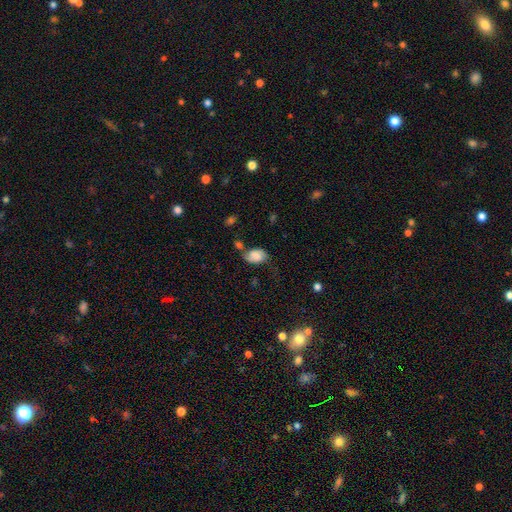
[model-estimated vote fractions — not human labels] Smooth or featured?
  - smooth: 70% *
  - featured or disk: 21%
  - star or artifact: 9%
How rounded?
  - in between: 86% *
  - round: 13%
  - cigar-shaped: 1%
Merging?
  - none: 46% *
  - minor disturbance: 30%
  - major disturbance: 13%
  - merger: 12%